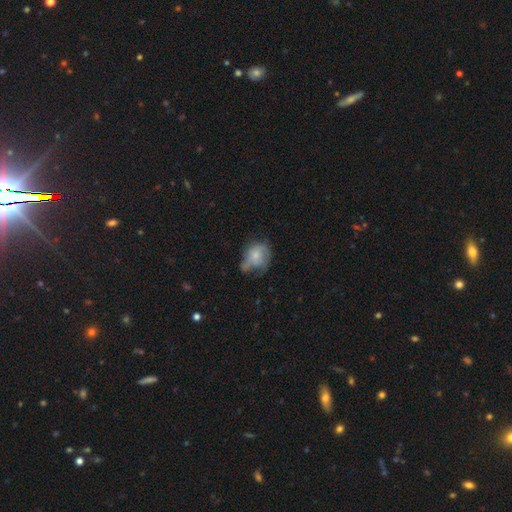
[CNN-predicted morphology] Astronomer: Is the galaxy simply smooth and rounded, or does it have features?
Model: smooth — 60%.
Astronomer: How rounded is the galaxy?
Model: round — 50% (runner-up: in between, 49%).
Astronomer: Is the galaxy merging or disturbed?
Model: minor disturbance — 34% (runner-up: none, 33%).